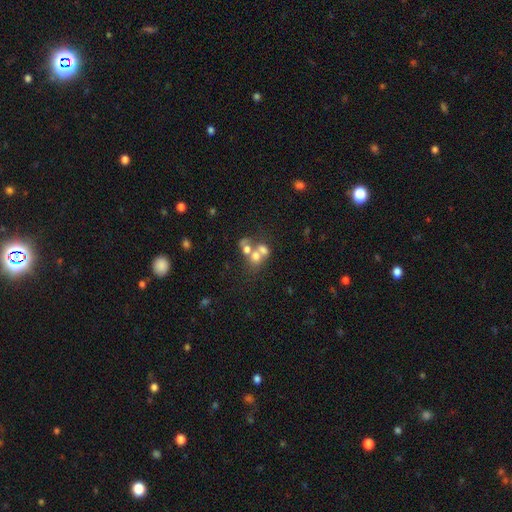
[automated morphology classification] Smooth or featured: smooth — 54% (featured or disk — 30%)
How rounded: round — 56% (in between — 42%)
Merging: merger — 62% (none — 23%)